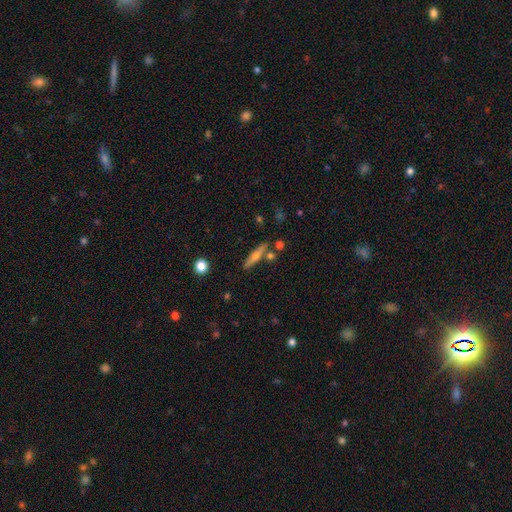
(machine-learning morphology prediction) smooth-or-featured: featured or disk: 57% | smooth: 36% | star or artifact: 7%
  disk-edge-on: yes: 94% | no: 6%
    edge-on-bulge: rounded: 89% | none: 8% | boxy: 3%
  merging: none: 80% | minor disturbance: 10% | merger: 8% | major disturbance: 3%